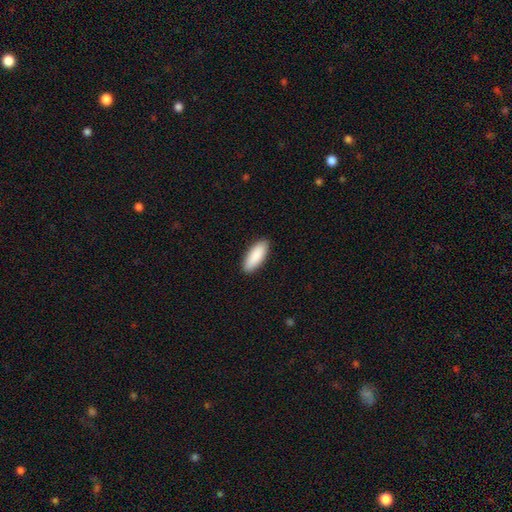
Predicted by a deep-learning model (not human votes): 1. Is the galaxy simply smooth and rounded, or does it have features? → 91% smooth, 5% star or artifact, 4% featured or disk.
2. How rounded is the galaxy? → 76% in between, 23% cigar-shaped, 2% round.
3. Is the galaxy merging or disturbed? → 90% none, 7% minor disturbance, 2% major disturbance, 1% merger.